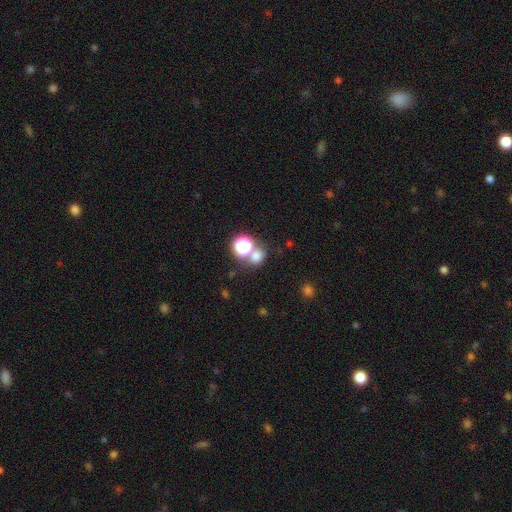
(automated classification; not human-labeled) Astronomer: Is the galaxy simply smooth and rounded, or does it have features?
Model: smooth — 66%.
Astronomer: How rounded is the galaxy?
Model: round — 71%.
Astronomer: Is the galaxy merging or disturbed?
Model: none — 60%.